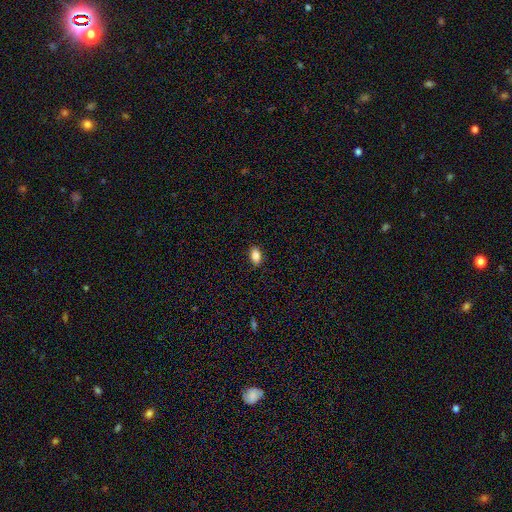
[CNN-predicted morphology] This is clearly a smooth galaxy (87%). How rounded: clearly in between (90%). Merging: clearly none (89%).